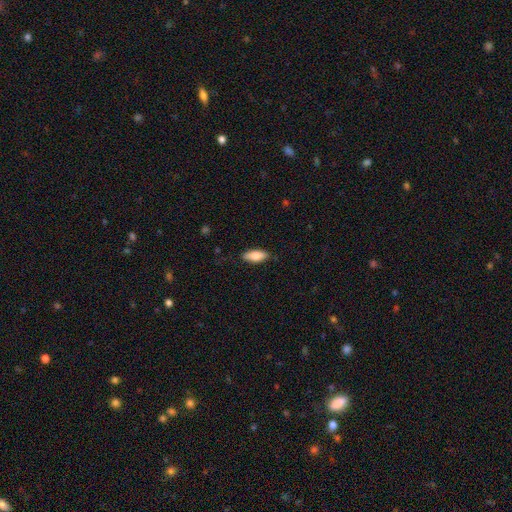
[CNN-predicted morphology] smooth_or_featured: smooth (p=0.81) [alt: featured or disk p=0.13]
how_rounded: in between (p=0.79) [alt: cigar-shaped p=0.19]
merging: none (p=0.85) [alt: minor disturbance p=0.12]